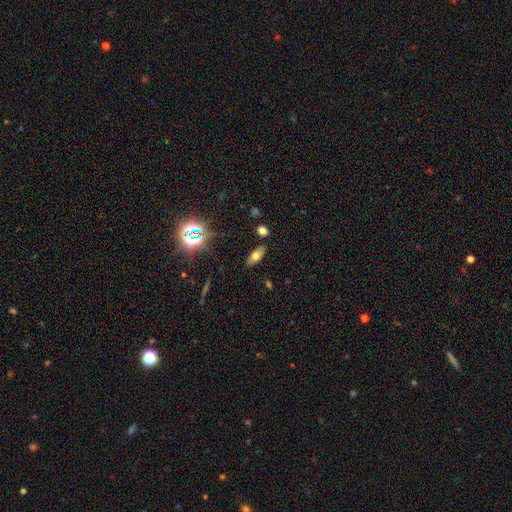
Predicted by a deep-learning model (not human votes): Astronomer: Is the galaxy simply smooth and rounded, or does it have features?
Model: smooth — 61%.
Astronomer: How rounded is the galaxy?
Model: in between — 80%.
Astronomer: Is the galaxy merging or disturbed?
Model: none — 85%.